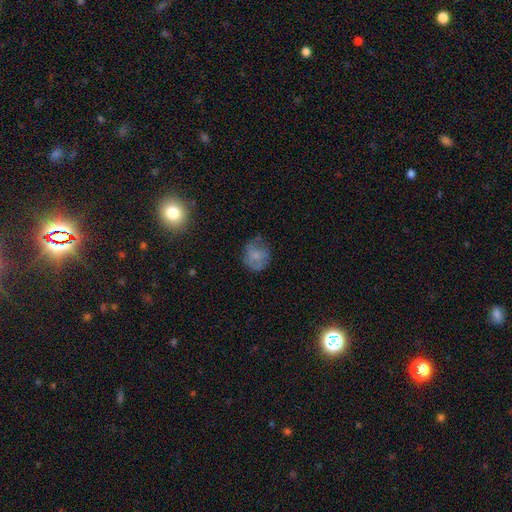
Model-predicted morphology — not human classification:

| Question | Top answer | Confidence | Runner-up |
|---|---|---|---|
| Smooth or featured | smooth | 66% | featured or disk (23%) |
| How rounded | round | 75% | in between (24%) |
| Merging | none | 57% | minor disturbance (27%) |